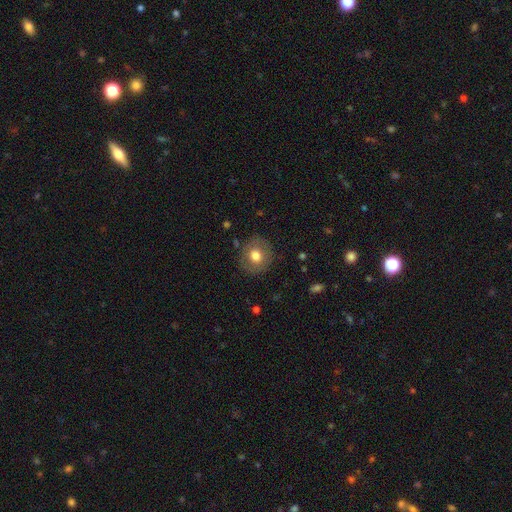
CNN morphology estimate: This is likely a smooth galaxy (69%). How rounded: clearly round (87%). Merging: clearly none (85%).